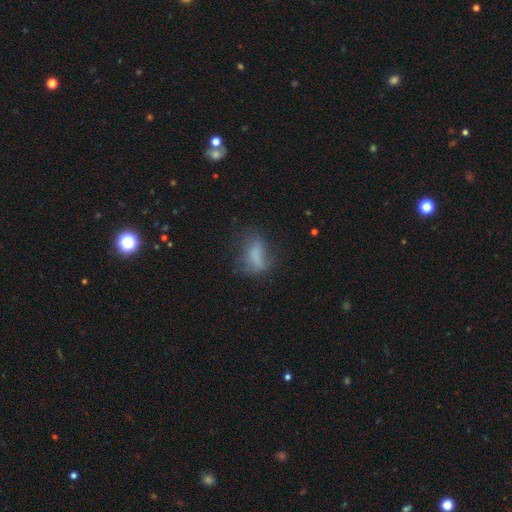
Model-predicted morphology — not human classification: type=smooth (61%); roundness=in between (78%); merging=none (39%).